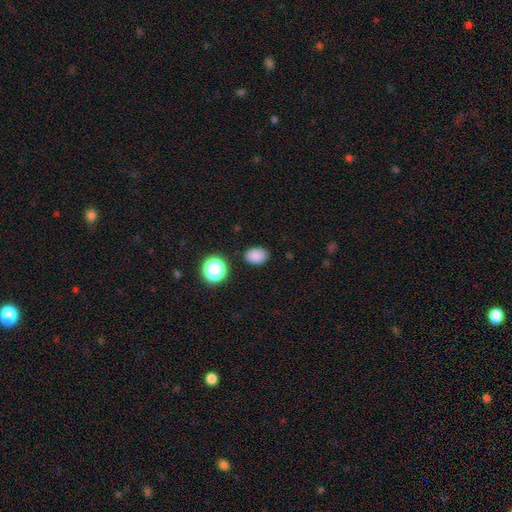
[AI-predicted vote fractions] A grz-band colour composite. It shows a smooth galaxy with no disk features (85%) that is in between round and cigar-shaped (74%). Merging: none (85%).